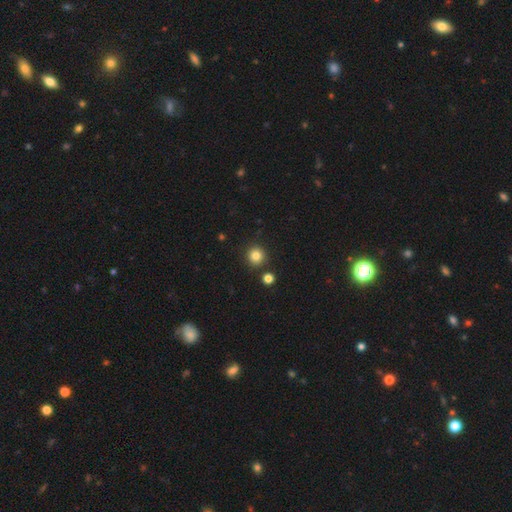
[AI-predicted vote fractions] A smooth galaxy with no disk features (83%) that is round (94%).

Vote fractions:
- Smooth or featured? smooth: 83% / star or artifact: 12% / featured or disk: 5%
- How rounded? round: 94% / in between: 5% / cigar-shaped: 1%
- Merging? none: 87% / minor disturbance: 6% / merger: 5% / major disturbance: 2%